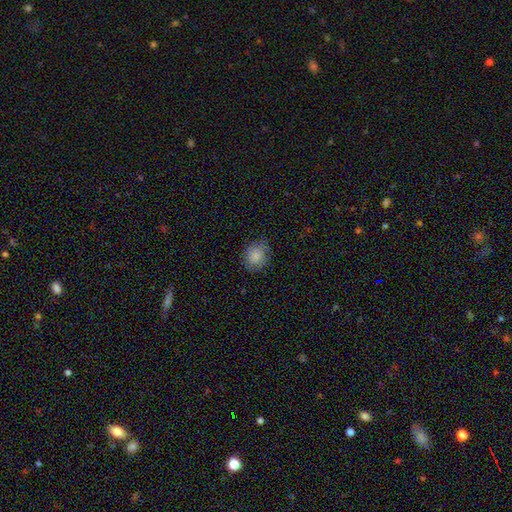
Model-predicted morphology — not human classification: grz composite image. It shows a smooth galaxy with no disk features (81%) that is round (62%). Merging: none (76%).